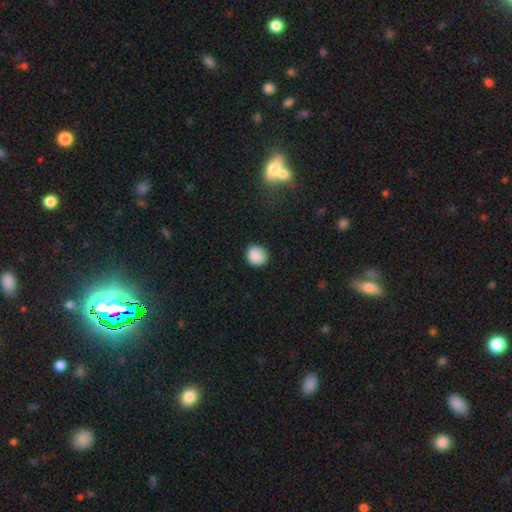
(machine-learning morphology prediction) smooth-or-featured: smooth: 88% | star or artifact: 9% | featured or disk: 4%
  how-rounded: round: 88% | in between: 11% | cigar-shaped: 1%
  merging: none: 87% | minor disturbance: 10% | major disturbance: 2% | merger: 1%